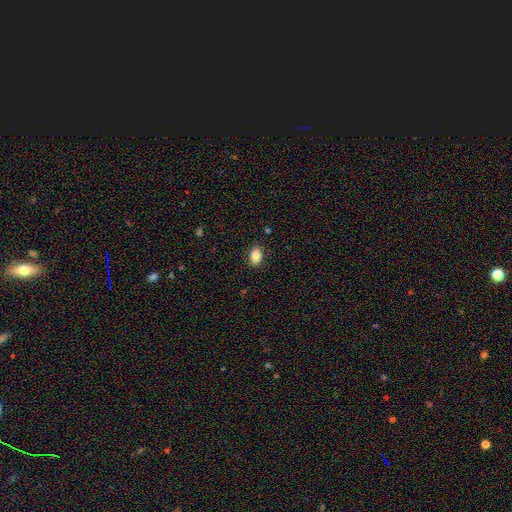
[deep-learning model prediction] smooth-or-featured: smooth: 85% | star or artifact: 8% | featured or disk: 7%
  how-rounded: in between: 83% | round: 16% | cigar-shaped: 1%
  merging: none: 88% | minor disturbance: 9% | major disturbance: 2% | merger: 1%